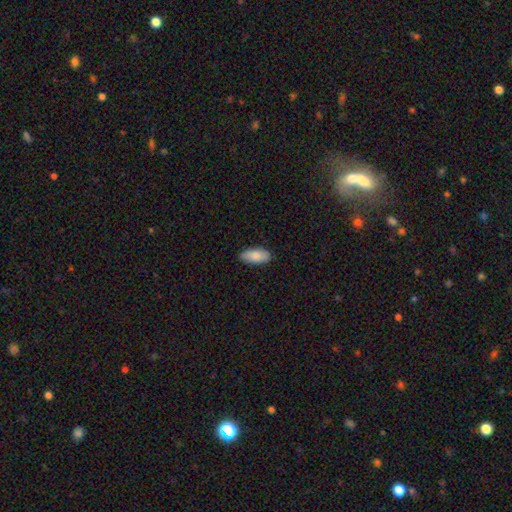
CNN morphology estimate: Smooth or featured? Predicted: smooth (p=0.86). How rounded? Predicted: in between (p=0.89). Merging? Predicted: none (p=0.88).